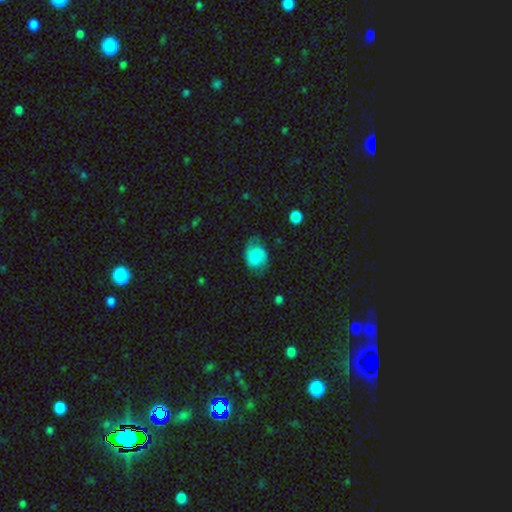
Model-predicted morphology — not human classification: A smooth galaxy with no disk features (63%) that is in between round and cigar-shaped (61%). Merging: none (59%).